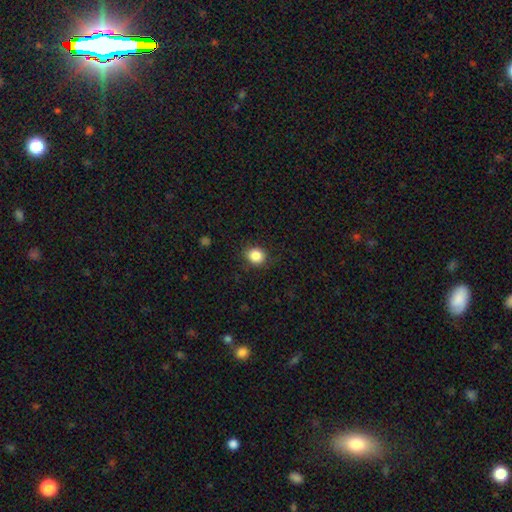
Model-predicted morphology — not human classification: smooth-or-featured: smooth: 86% | star or artifact: 10% | featured or disk: 4%
  how-rounded: round: 75% | in between: 24% | cigar-shaped: 1%
  merging: none: 85% | minor disturbance: 11% | major disturbance: 3% | merger: 1%